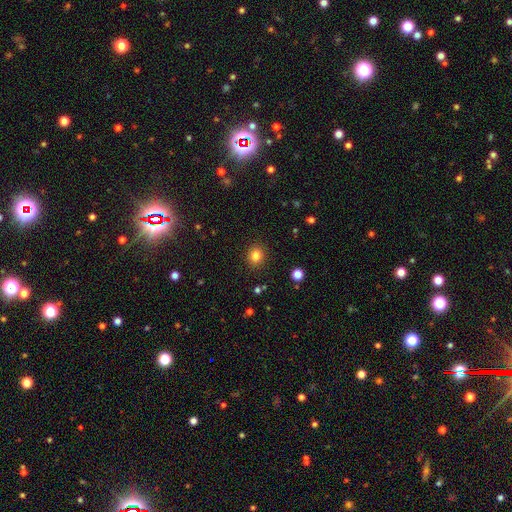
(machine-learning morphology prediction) smooth_or_featured: smooth (p=0.83) [alt: star or artifact p=0.12]
how_rounded: round (p=0.78) [alt: in between p=0.21]
merging: none (p=0.90) [alt: minor disturbance p=0.06]